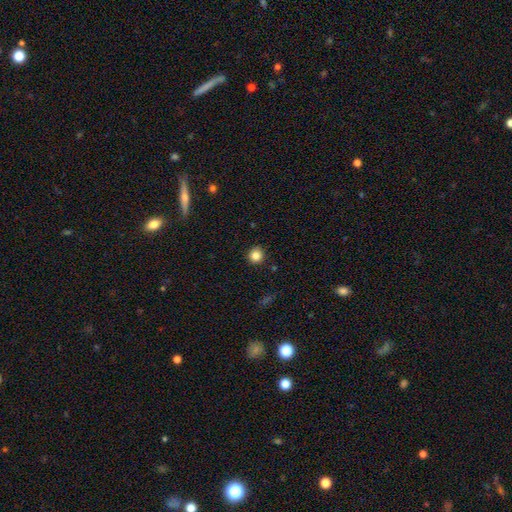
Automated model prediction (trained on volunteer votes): A smooth galaxy with no disk features (84%) that is round (93%).

Vote fractions:
- Smooth or featured? smooth: 84% / star or artifact: 11% / featured or disk: 5%
- How rounded? round: 93% / in between: 6% / cigar-shaped: 1%
- Merging? none: 91% / minor disturbance: 6% / major disturbance: 2% / merger: 1%